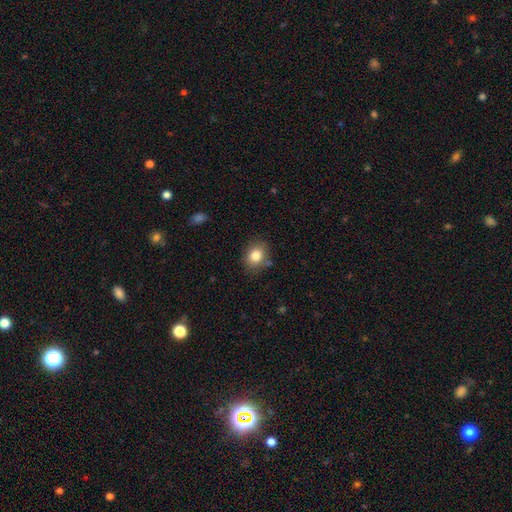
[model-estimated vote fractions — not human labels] Smooth or featured? Predicted: smooth (p=0.82). How rounded? Predicted: round (p=0.55). Merging? Predicted: none (p=0.81).